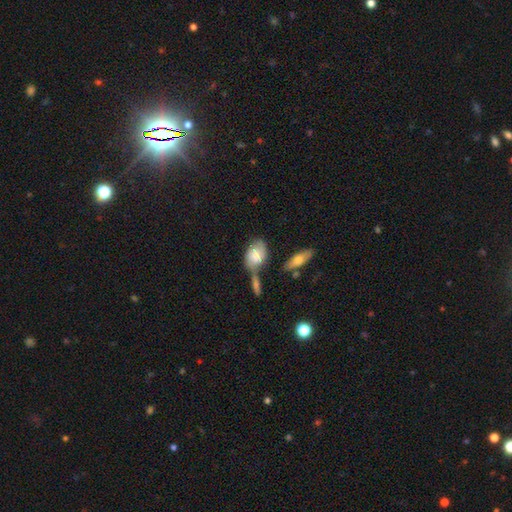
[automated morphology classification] smooth-or-featured: smooth: 54% | featured or disk: 39% | star or artifact: 7%
  how-rounded: in between: 82% | round: 14% | cigar-shaped: 4%
  merging: none: 38% | merger: 32% | minor disturbance: 20% | major disturbance: 10%